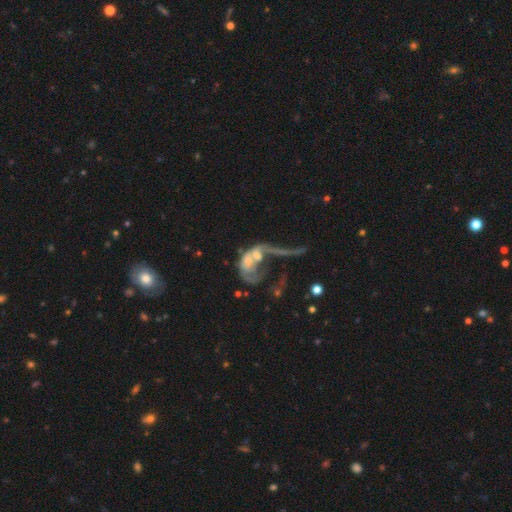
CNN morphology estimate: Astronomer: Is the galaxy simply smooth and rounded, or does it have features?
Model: featured or disk — 62%.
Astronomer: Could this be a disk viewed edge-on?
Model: no — 95%.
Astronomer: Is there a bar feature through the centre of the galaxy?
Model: no — 79%.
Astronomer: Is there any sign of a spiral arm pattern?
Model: no — 63%.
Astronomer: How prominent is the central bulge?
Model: small — 32%, tied with moderate at 32%.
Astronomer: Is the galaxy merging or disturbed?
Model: merger — 54% (runner-up: major disturbance, 31%).